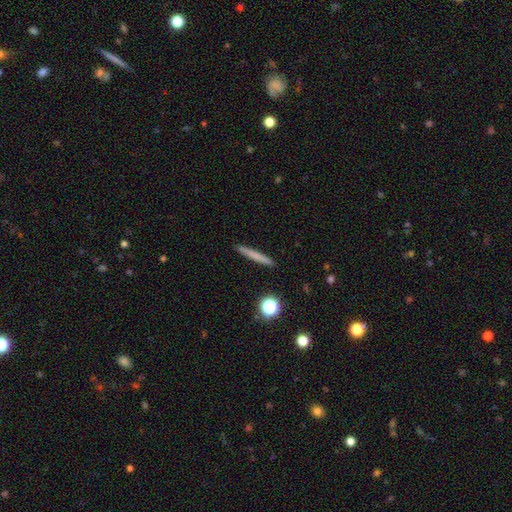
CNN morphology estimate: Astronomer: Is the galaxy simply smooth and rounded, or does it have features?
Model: smooth — 64%.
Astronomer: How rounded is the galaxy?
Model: cigar-shaped — 95%.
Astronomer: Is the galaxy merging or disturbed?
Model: none — 91%.